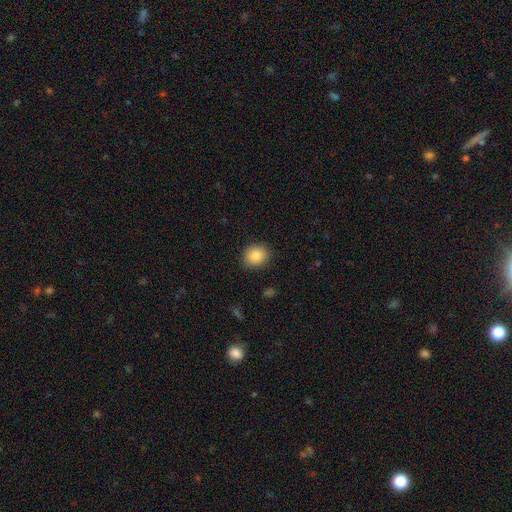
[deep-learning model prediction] This is clearly a smooth galaxy (88%). How rounded: likely round (76%). Merging: clearly none (88%).